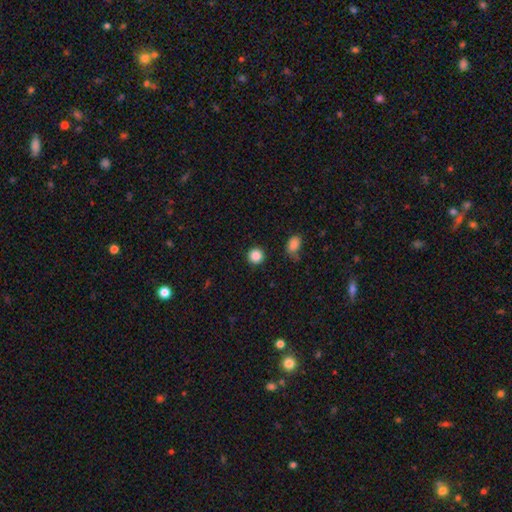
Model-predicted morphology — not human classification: type=smooth (87%); roundness=round (94%); merging=none (89%).